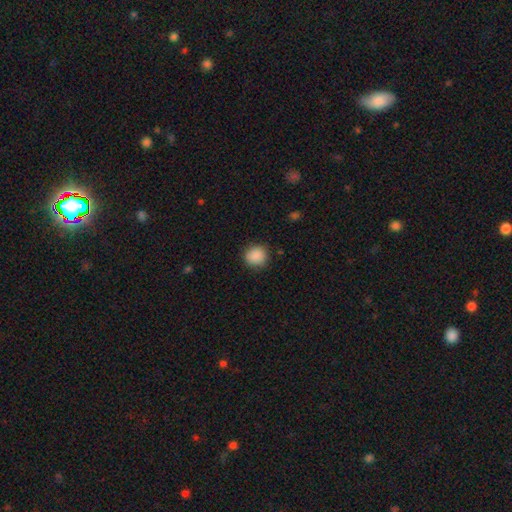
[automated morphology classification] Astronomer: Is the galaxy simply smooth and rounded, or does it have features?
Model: smooth — 88%.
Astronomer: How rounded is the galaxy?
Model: round — 89%.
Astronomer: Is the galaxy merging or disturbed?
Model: none — 87%.